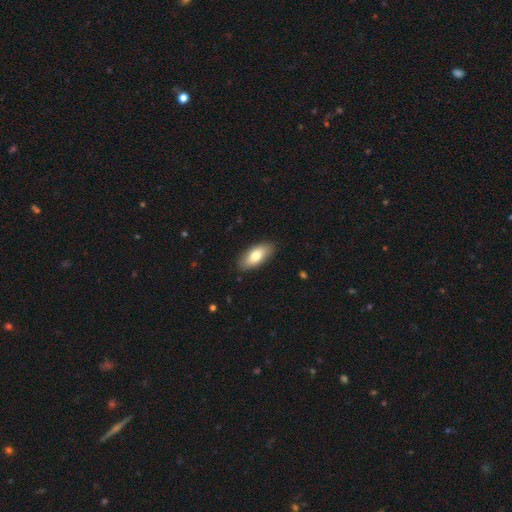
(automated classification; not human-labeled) Morphology: type=smooth (77%); roundness=in between (87%); merging=none (86%).